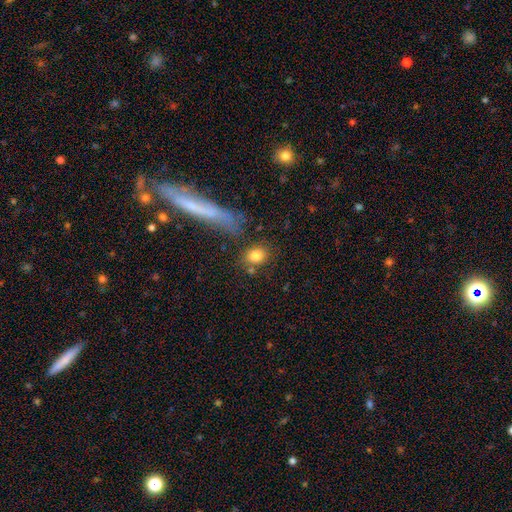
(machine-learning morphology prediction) A smooth galaxy with no disk features (81%) that is round (53%). Merging: none (70%).